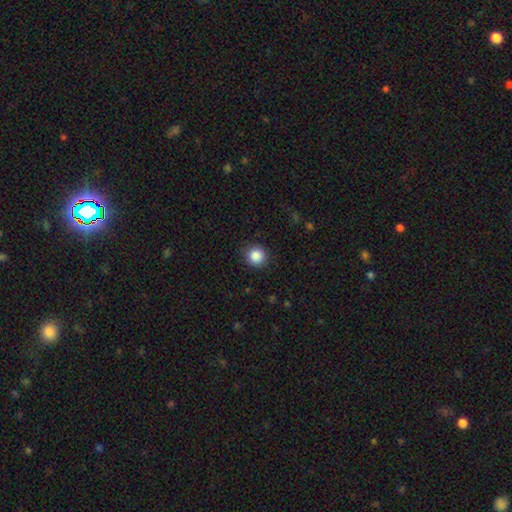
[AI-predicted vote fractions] This is clearly a smooth galaxy (87%). How rounded: clearly round (93%). Merging: clearly none (89%).